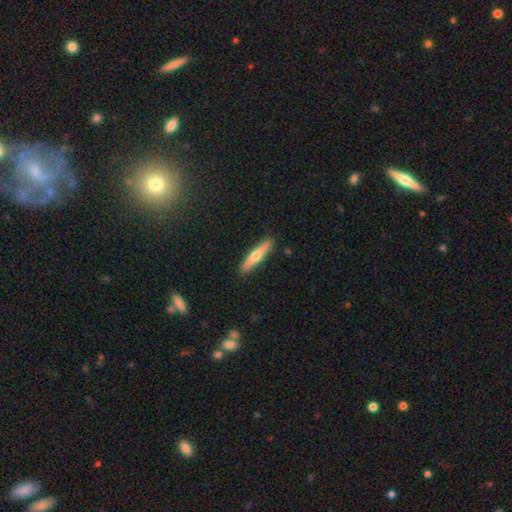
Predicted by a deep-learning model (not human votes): A smooth galaxy with no disk features (48%). Merging: none (90%).